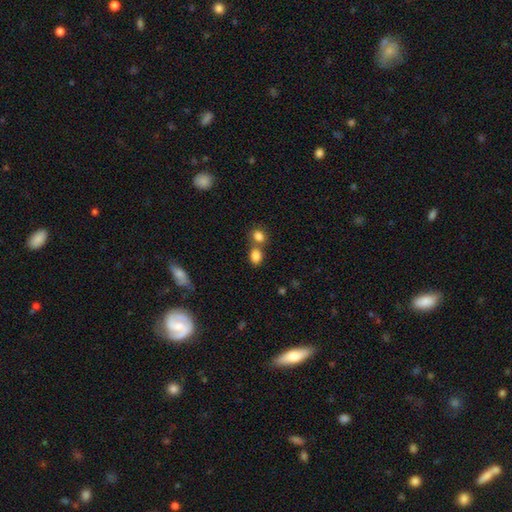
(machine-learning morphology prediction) Smooth or featured? Predicted: smooth (p=0.84). How rounded? Predicted: in between (p=0.66). Merging? Predicted: none (p=0.46).